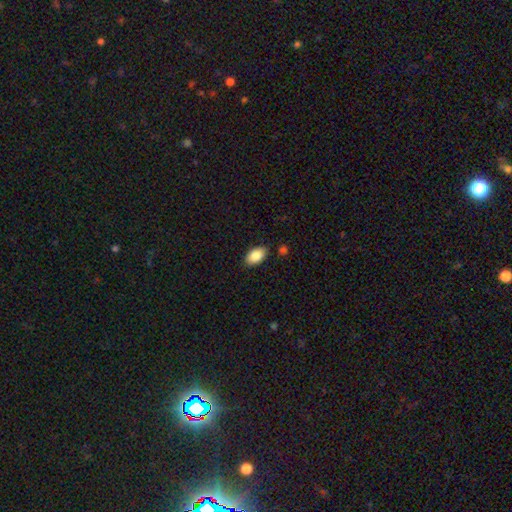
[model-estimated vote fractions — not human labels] smooth 85%, featured or disk 8%, star or artifact 7%. Down the decision tree: how rounded — in between (93%); merging — none (85%).